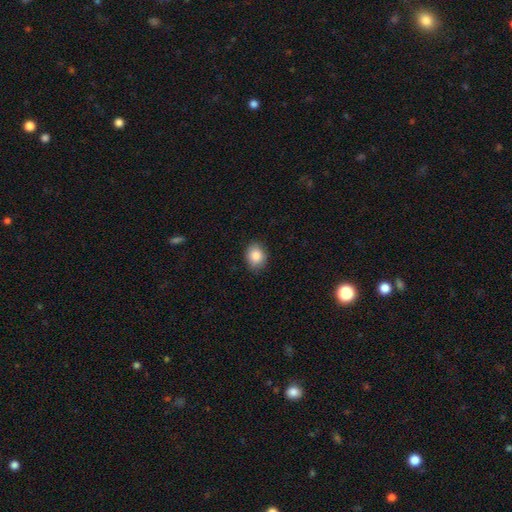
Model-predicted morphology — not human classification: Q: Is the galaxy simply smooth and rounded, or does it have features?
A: smooth — 87%.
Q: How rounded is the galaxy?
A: round — 51%.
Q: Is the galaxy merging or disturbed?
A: none — 85%.